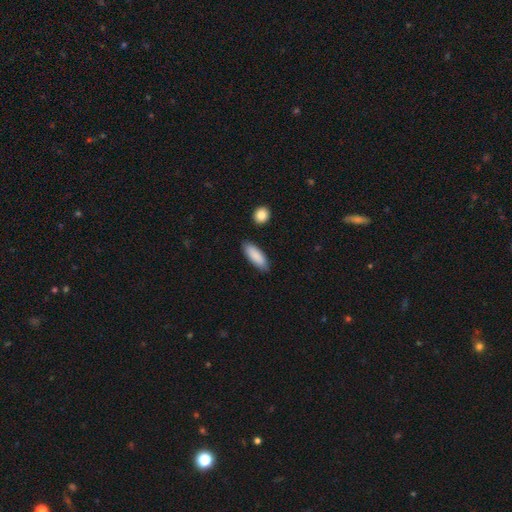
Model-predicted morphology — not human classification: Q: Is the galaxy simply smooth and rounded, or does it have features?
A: smooth — 88%.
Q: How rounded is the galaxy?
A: in between — 67%.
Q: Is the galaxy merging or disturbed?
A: none — 85%.